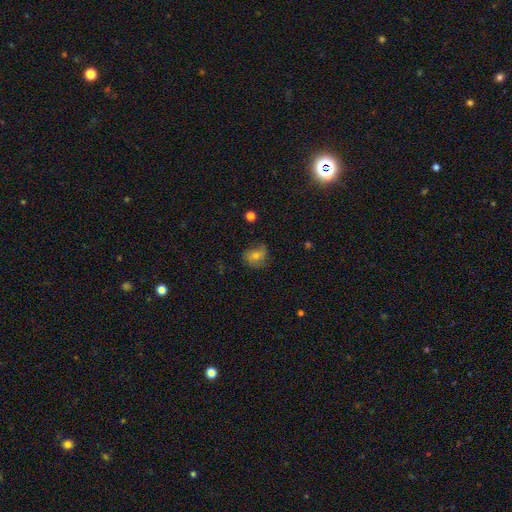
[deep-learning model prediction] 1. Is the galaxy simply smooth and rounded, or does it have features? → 59% smooth, 29% featured or disk, 12% star or artifact.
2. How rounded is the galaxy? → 63% round, 36% in between, 1% cigar-shaped.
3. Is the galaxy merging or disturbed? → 62% none, 26% minor disturbance, 10% major disturbance, 1% merger.